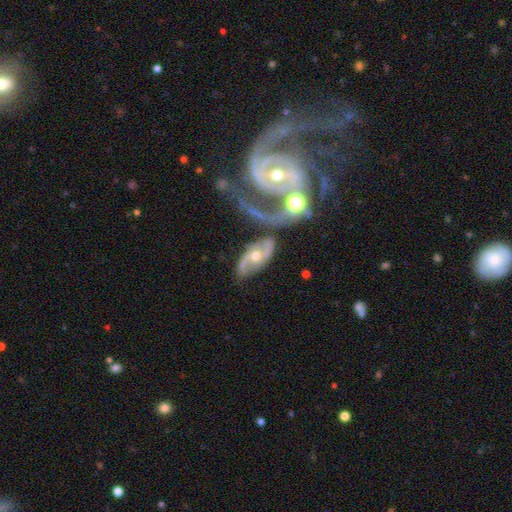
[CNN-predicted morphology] Overall: featured or disk (80%). Edge-on disk: no (93%). Bar: no (55%; weak 30%). Spiral arms: yes (87%). Spiral arm count: 2 (83%). Spiral winding: loose (41%; medium 38%). Bulge size: moderate (67%; small 28%). Merging: none (45%; merger 21%).